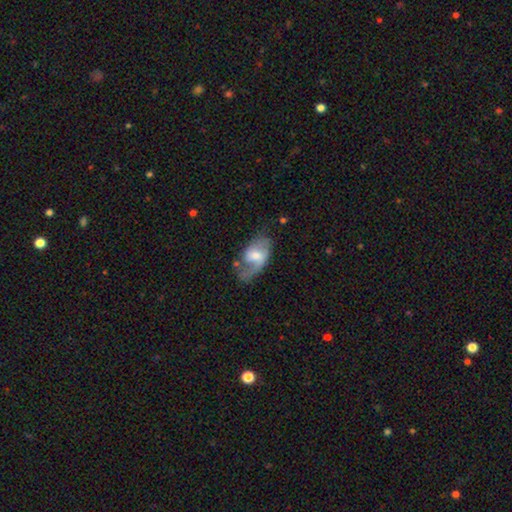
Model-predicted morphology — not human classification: Smooth or featured?
  - featured or disk: 61% *
  - smooth: 32%
  - star or artifact: 7%
Edge-on disk?
  - no: 95% *
  - yes: 5%
Bar?
  - weak: 46% *
  - no: 43%
  - strong: 10%
Spiral arms?
  - yes: 79% *
  - no: 21%
Bulge size?
  - moderate: 55% *
  - small: 32%
  - large: 8%
  - none: 3%
  - dominant: 1%
Merging?
  - none: 44% *
  - minor disturbance: 26%
  - major disturbance: 25%
  - merger: 5%